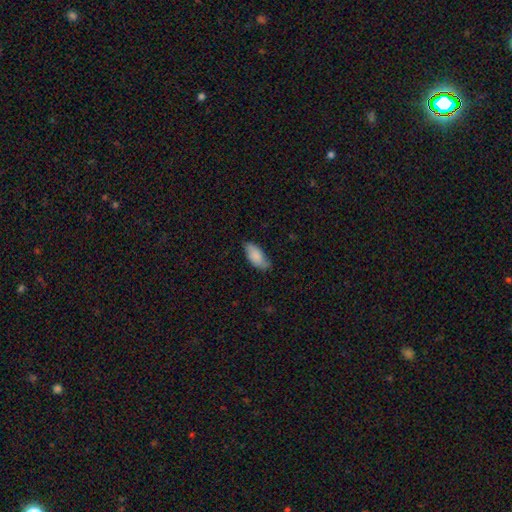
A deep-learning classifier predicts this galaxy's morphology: Smooth or featured?
  - smooth: 82% *
  - featured or disk: 12%
  - star or artifact: 6%
How rounded?
  - in between: 90% *
  - cigar-shaped: 8%
  - round: 2%
Merging?
  - none: 70% *
  - minor disturbance: 25%
  - major disturbance: 4%
  - merger: 1%